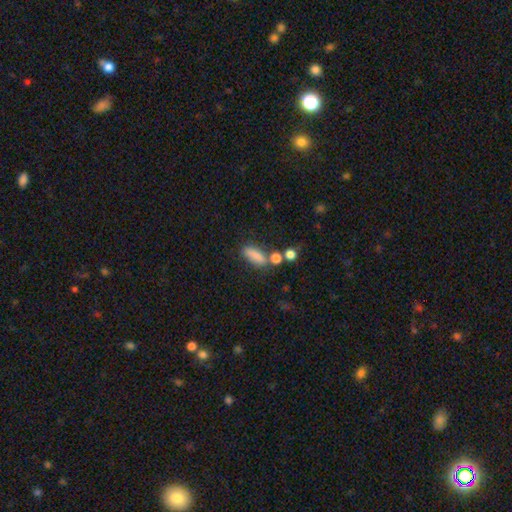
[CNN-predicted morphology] smooth 81%, star or artifact 10%, featured or disk 9%. Down the decision tree: how rounded — in between (55%); merging — none (56%).